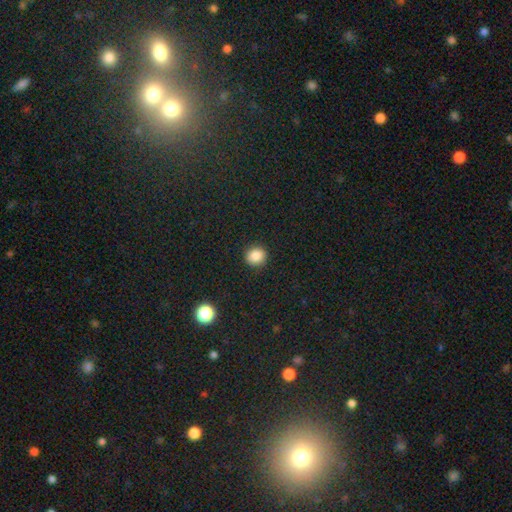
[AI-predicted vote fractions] Q: Smooth or featured?
A: smooth (86%); runner-up: star or artifact (11%)
Q: How rounded?
A: round (85%); runner-up: in between (14%)
Q: Merging?
A: none (90%); runner-up: minor disturbance (6%)